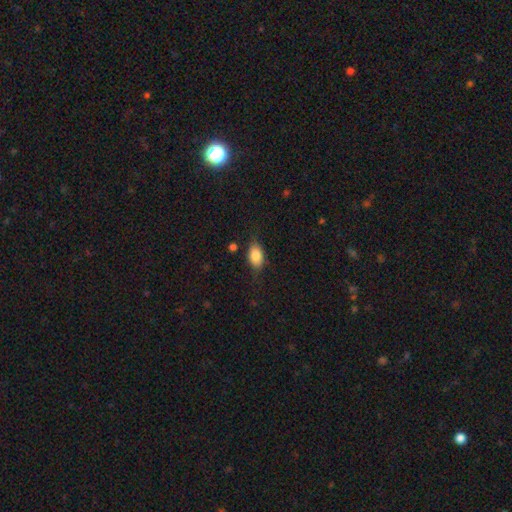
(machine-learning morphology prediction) smooth 82%, featured or disk 10%, star or artifact 8%. Down the decision tree: how rounded — in between (87%); merging — none (74%).